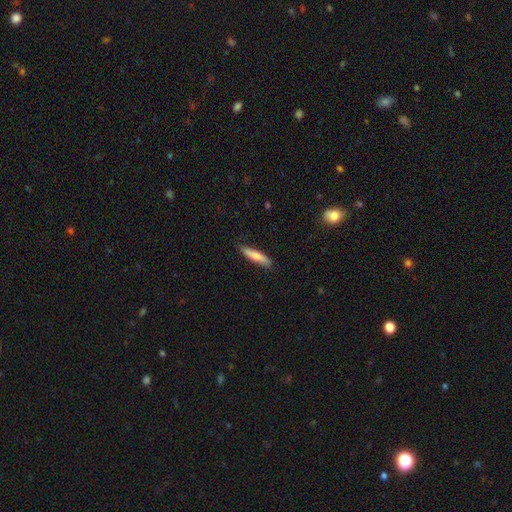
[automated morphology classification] A smooth galaxy with no disk features (76%) that is cigar-shaped (83%).

Vote fractions:
- Smooth or featured? smooth: 76% / featured or disk: 18% / star or artifact: 5%
- How rounded? cigar-shaped: 83% / in between: 15% / round: 1%
- Merging? none: 85% / minor disturbance: 12% / major disturbance: 2% / merger: 1%